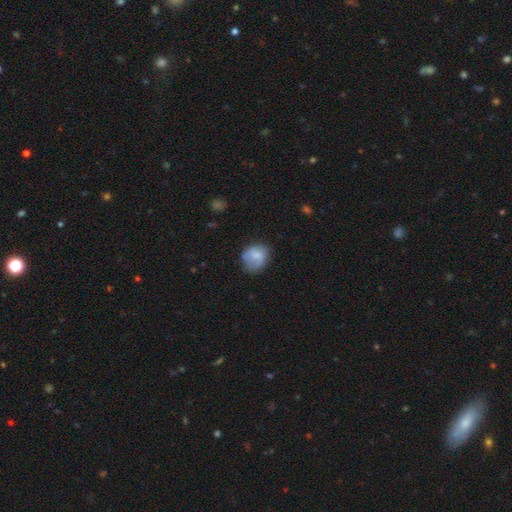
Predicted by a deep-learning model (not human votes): smooth_or_featured: smooth (p=0.73) [alt: featured or disk p=0.19]
how_rounded: round (p=0.61) [alt: in between p=0.38]
merging: none (p=0.58) [alt: minor disturbance p=0.29]